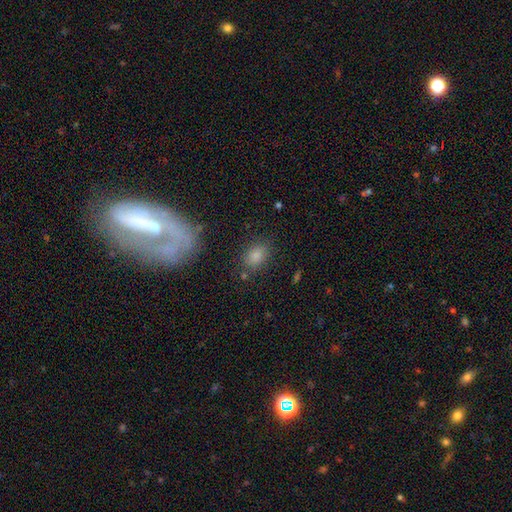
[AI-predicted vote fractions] Smooth or featured? smooth (74%)
How rounded? in between (76%)
Merging? none (80%)